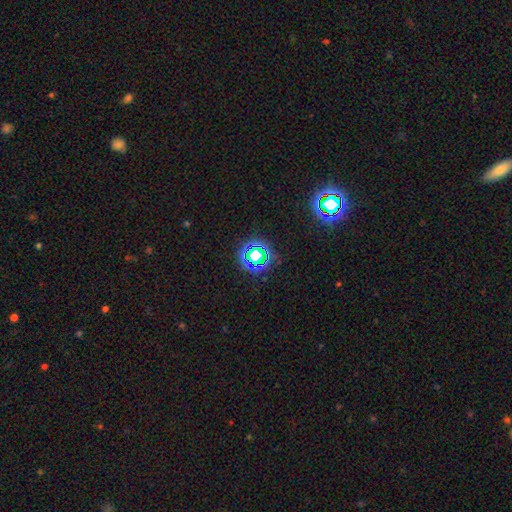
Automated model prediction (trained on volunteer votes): A star or artifact, not a galaxy (68%).